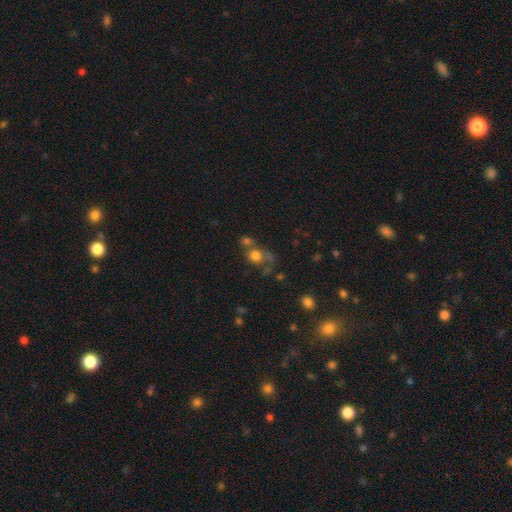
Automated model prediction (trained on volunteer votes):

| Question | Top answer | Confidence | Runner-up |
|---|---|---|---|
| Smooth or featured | smooth | 69% | featured or disk (17%) |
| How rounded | round | 72% | in between (27%) |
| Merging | merger | 38% | none (32%) |